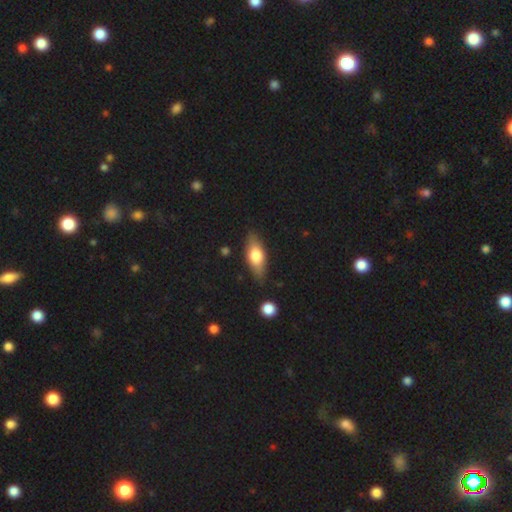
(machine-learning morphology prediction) smooth_or_featured: smooth (p=0.65) [alt: featured or disk p=0.29]
how_rounded: in between (p=0.72) [alt: cigar-shaped p=0.24]
merging: none (p=0.82) [alt: minor disturbance p=0.13]